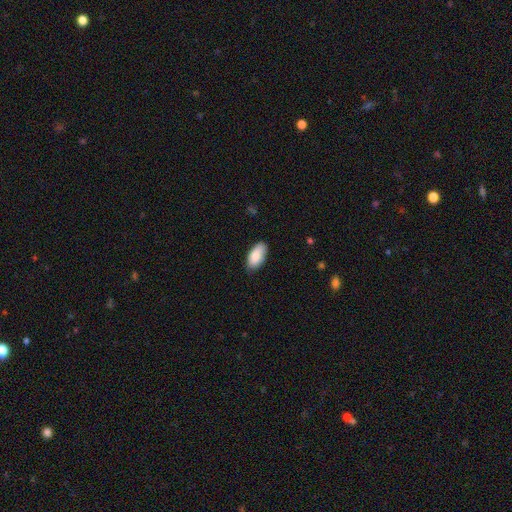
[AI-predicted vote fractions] smooth_or_featured: smooth (p=0.86) [alt: featured or disk p=0.07]
how_rounded: in between (p=0.94) [alt: cigar-shaped p=0.04]
merging: none (p=0.80) [alt: minor disturbance p=0.16]